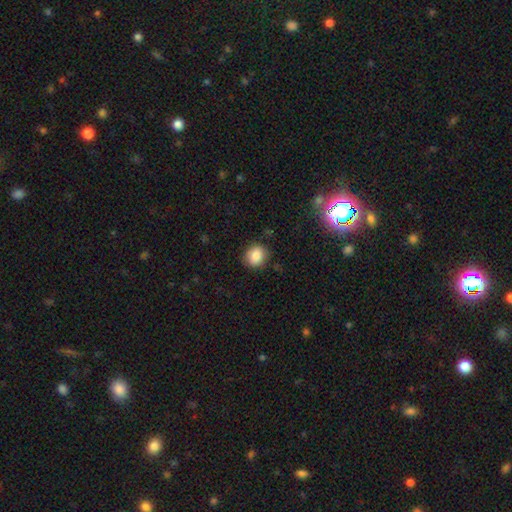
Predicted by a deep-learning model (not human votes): A smooth galaxy with no disk features (84%) that is round (71%). Merging: none (85%).